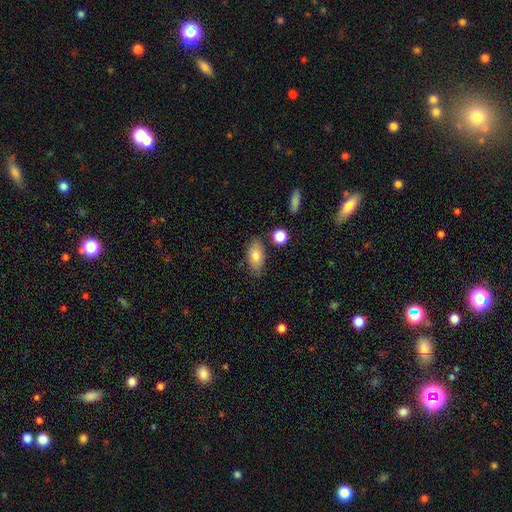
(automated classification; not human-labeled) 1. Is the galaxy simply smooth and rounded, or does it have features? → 77% smooth, 16% featured or disk, 8% star or artifact.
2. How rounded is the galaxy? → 89% in between, 6% round, 5% cigar-shaped.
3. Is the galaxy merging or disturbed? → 78% none, 14% minor disturbance, 4% merger, 3% major disturbance.